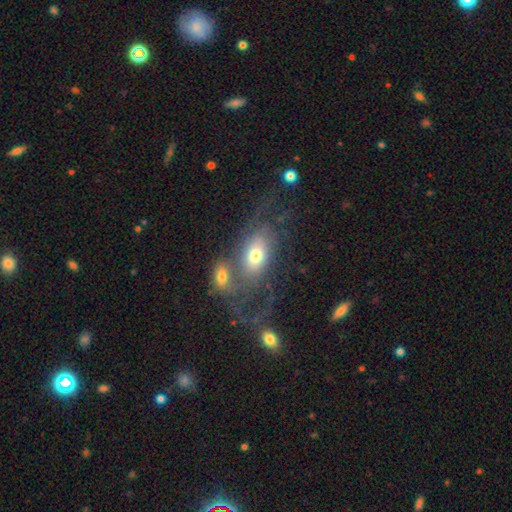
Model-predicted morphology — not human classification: Smooth or featured: featured or disk — 46% (smooth — 44%)
Merging: merger — 35% (none — 32%)